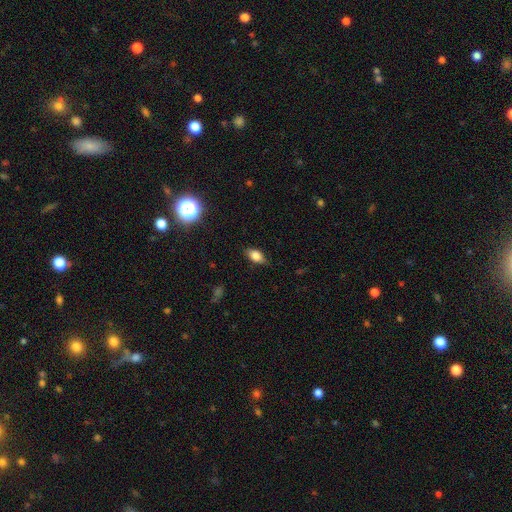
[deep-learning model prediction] A smooth galaxy with no disk features (78%) that is in between round and cigar-shaped (85%). Merging: none (77%).